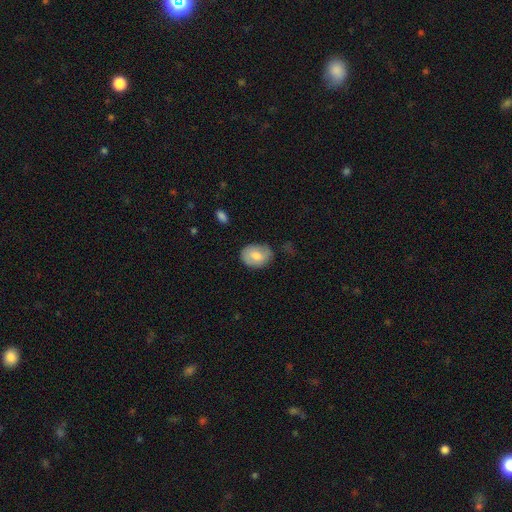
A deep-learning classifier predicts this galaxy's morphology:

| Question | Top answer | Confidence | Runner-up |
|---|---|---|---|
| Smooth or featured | smooth | 73% | featured or disk (20%) |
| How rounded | in between | 67% | round (32%) |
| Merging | none | 69% | minor disturbance (24%) |